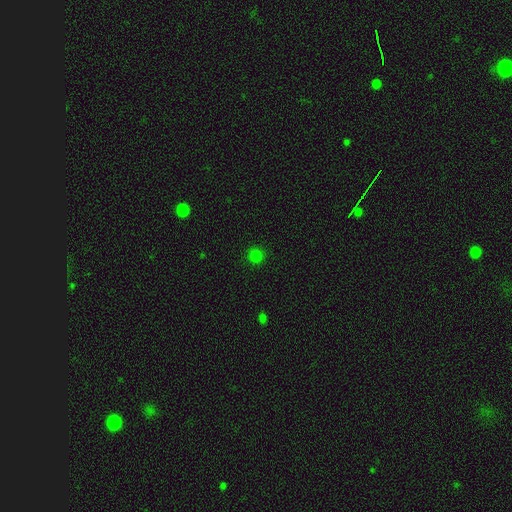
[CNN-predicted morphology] Smooth or featured? smooth (79%)
How rounded? round (94%)
Merging? none (92%)